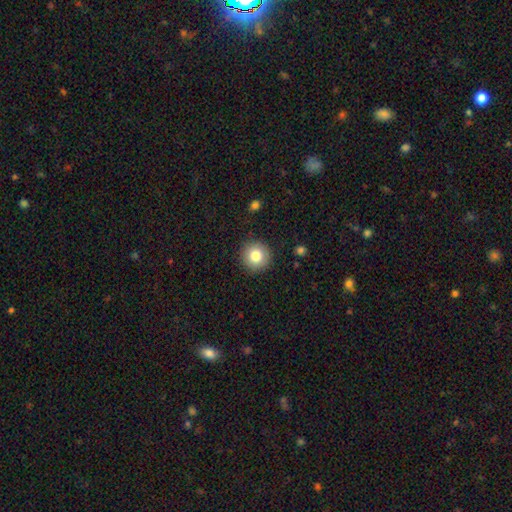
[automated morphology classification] This appears to be a smooth galaxy with no disk features (82%) that is round (95%). Merging: none (90%).